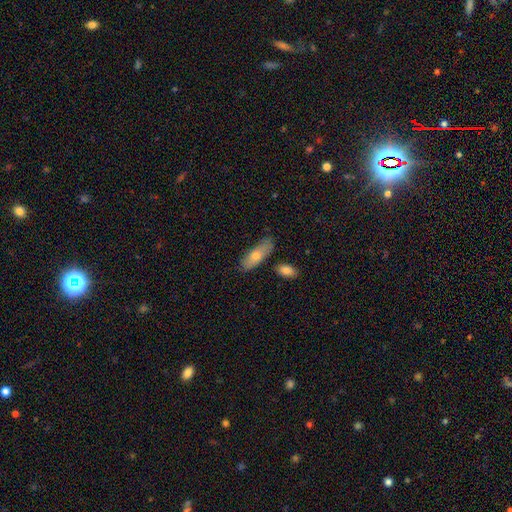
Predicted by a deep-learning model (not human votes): Morphology: type=smooth (69%); roundness=in between (61%); merging=none (70%).